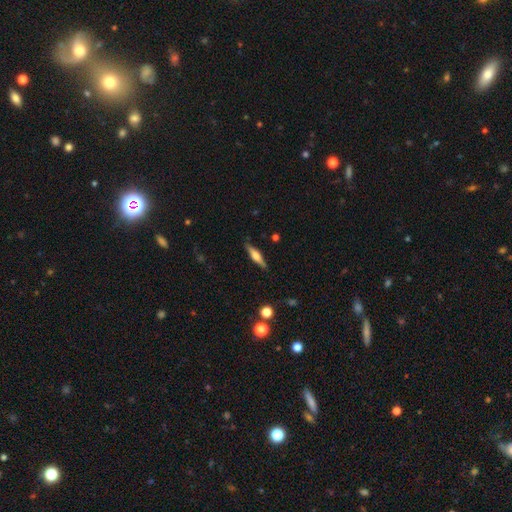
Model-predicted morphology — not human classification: A featured or disk galaxy (56%) viewed edge-on (96%) with a rounded central bulge (81%).

Vote fractions:
- Smooth or featured? featured or disk: 56% / smooth: 37% / star or artifact: 7%
- Edge-on disk? yes: 96% / no: 4%
- Edge-on bulge? rounded: 81% / boxy: 15% / none: 4%
- Merging? none: 88% / minor disturbance: 9% / major disturbance: 2% / merger: 1%